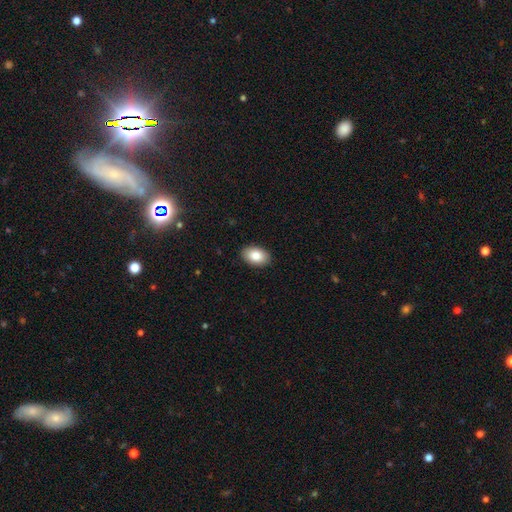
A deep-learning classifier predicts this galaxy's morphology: This is clearly a smooth galaxy (85%). How rounded: clearly in between (89%). Merging: clearly none (90%).